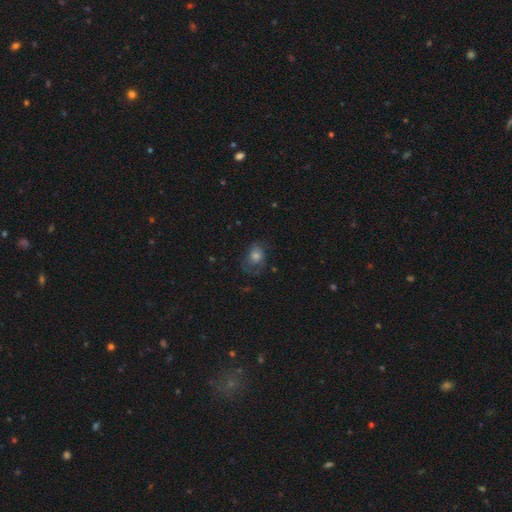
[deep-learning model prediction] Smooth or featured? smooth (53%)
How rounded? in between (52%)
Merging? none (57%)